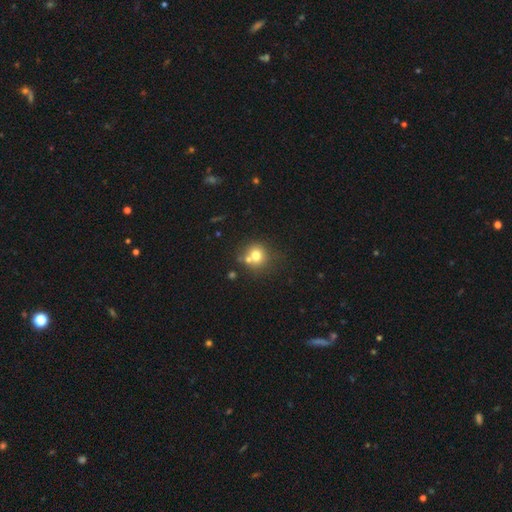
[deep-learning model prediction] The model was most divided on "merging": none: 57%, merger: 28%, minor disturbance: 11%, major disturbance: 4%. More confident: how rounded — round (87%); smooth or featured — smooth (71%).